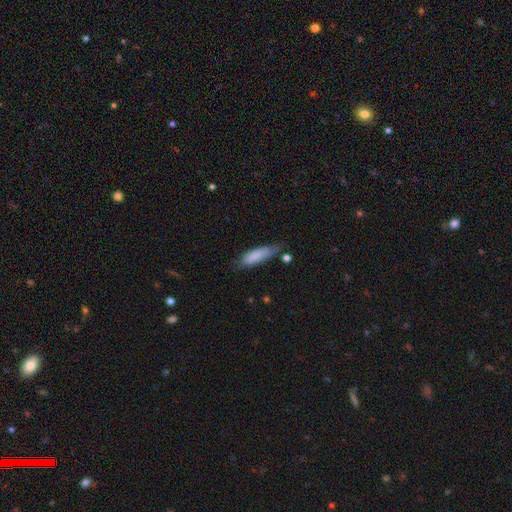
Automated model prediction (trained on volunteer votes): Smooth or featured: smooth — 81% (featured or disk — 12%)
How rounded: cigar-shaped — 52% (in between — 46%)
Merging: none — 58% (minor disturbance — 31%)